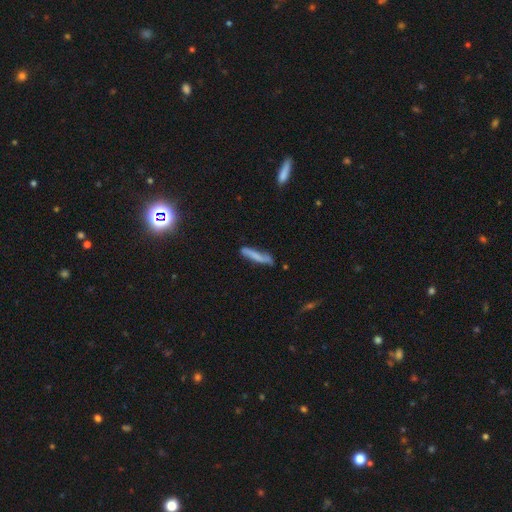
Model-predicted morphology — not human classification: smooth 65%, featured or disk 28%, star or artifact 7%. Down the decision tree: how rounded — cigar-shaped (89%); merging — none (67%).